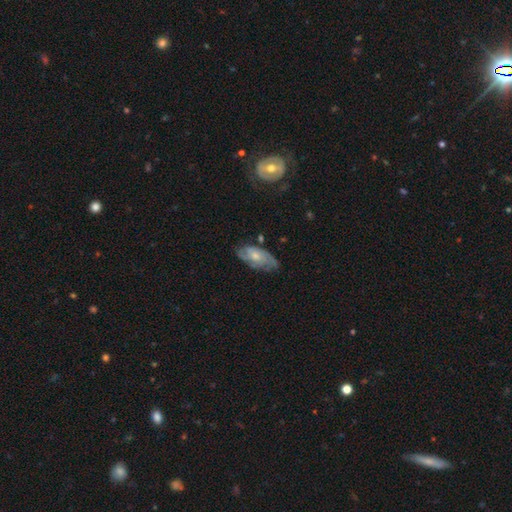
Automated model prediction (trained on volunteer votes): Smooth or featured?
  - featured or disk: 63% *
  - smooth: 31%
  - star or artifact: 6%
Edge-on disk?
  - no: 92% *
  - yes: 8%
Bar?
  - no: 74% *
  - weak: 23%
  - strong: 3%
Spiral arms?
  - yes: 83% *
  - no: 17%
Bulge size?
  - moderate: 50% *
  - small: 40%
  - none: 5%
  - large: 4%
  - dominant: 1%
Merging?
  - none: 64% *
  - minor disturbance: 26%
  - major disturbance: 8%
  - merger: 2%